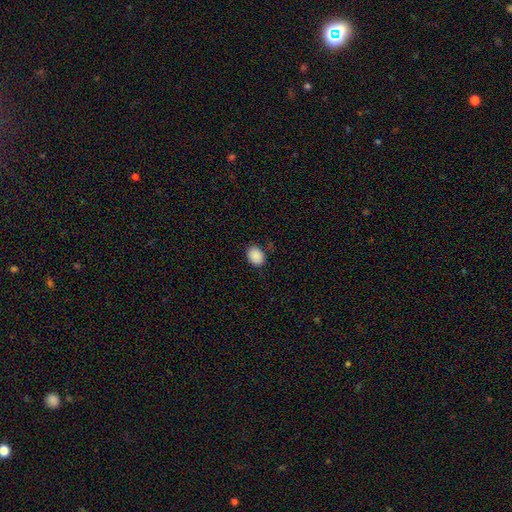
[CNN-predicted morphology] Smooth or featured? Predicted: smooth (p=0.89). How rounded? Predicted: in between (p=0.63). Merging? Predicted: none (p=0.83).